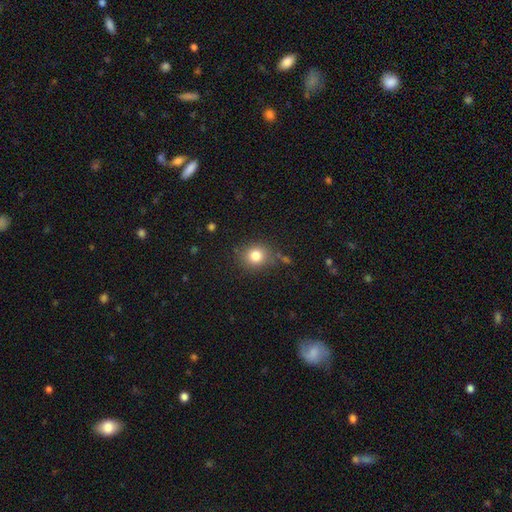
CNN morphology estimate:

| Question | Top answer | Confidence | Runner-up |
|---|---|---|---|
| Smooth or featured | smooth | 81% | star or artifact (12%) |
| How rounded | round | 79% | in between (20%) |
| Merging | none | 81% | minor disturbance (12%) |